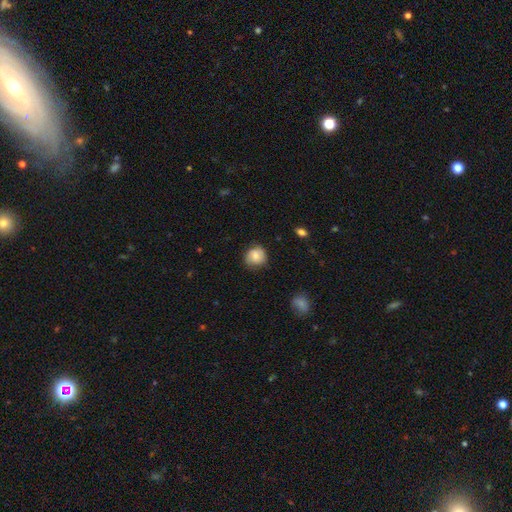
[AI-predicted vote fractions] This appears to be a smooth galaxy with no disk features (69%) that is round (84%). Merging: none (72%).